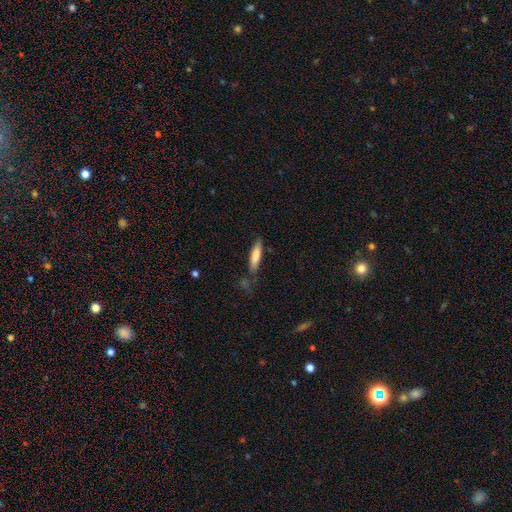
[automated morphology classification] Overall: smooth (72%). How rounded: cigar-shaped (76%). Merging: none (73%).